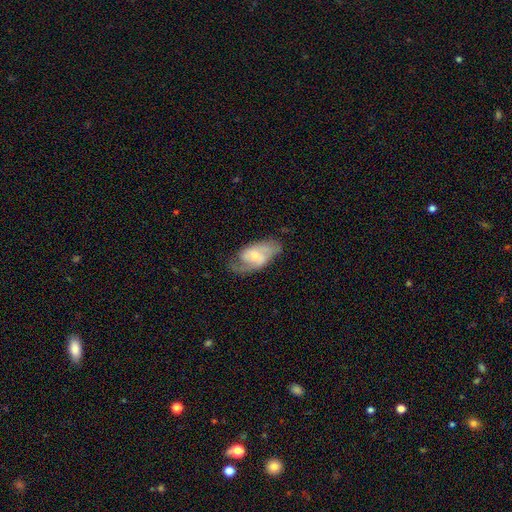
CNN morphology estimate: type=featured or disk (71%); edge-on=no (95%); bar=no (45%); spiral arms=yes (90%); winding=medium (50%); arm count=2 (69%); bulge=small (55%); merging=none (63%).